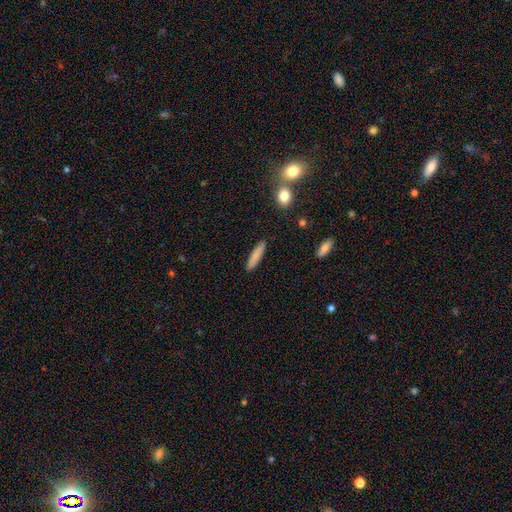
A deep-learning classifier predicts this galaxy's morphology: Smooth or featured: smooth — 82% (featured or disk — 11%)
How rounded: cigar-shaped — 85% (in between — 13%)
Merging: none — 90% (minor disturbance — 7%)